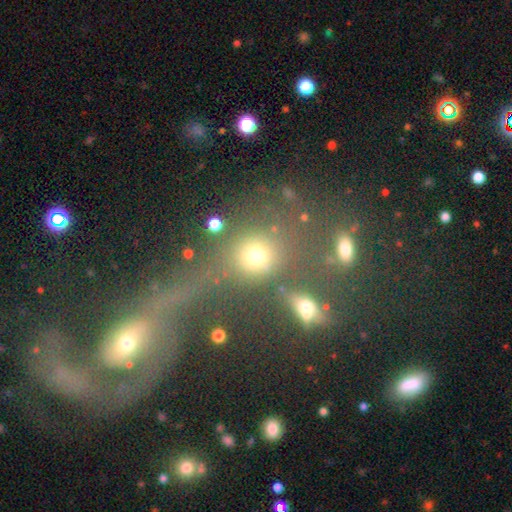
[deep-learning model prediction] A smooth galaxy with no disk features (64%) that is round (69%).

Vote fractions:
- Smooth or featured? smooth: 64% / star or artifact: 20% / featured or disk: 17%
- How rounded? round: 69% / in between: 27% / cigar-shaped: 4%
- Merging? none: 45% / merger: 27% / major disturbance: 16% / minor disturbance: 12%